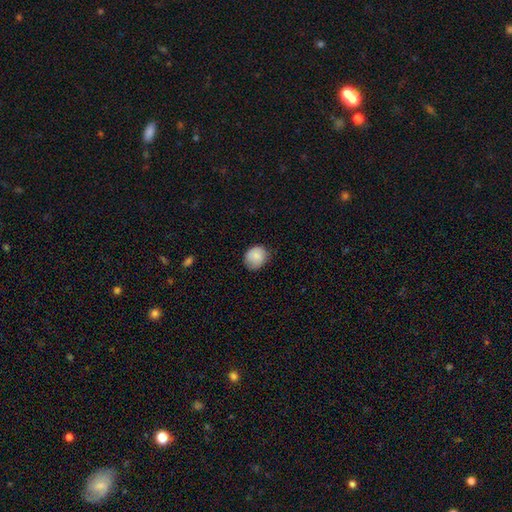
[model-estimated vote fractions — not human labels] Smooth or featured? Predicted: smooth (p=0.85). How rounded? Predicted: round (p=0.70). Merging? Predicted: none (p=0.76).